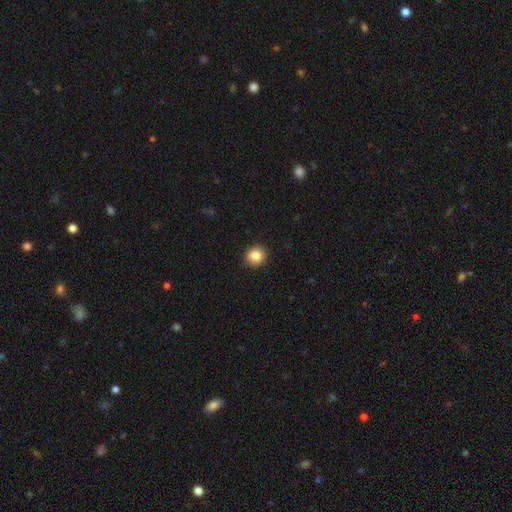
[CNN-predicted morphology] Smooth or featured? smooth (84%)
How rounded? round (91%)
Merging? none (90%)